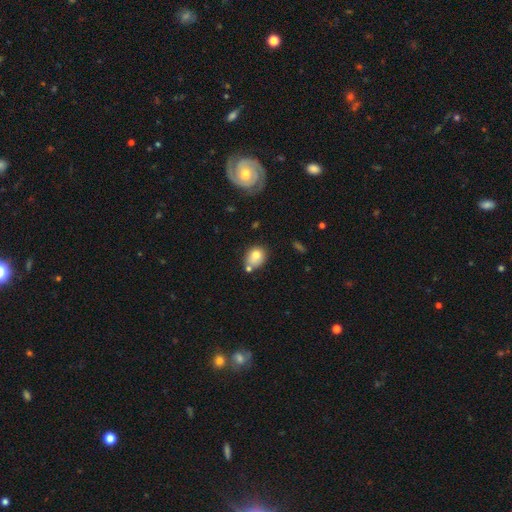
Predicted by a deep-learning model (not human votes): The model was most divided on "how rounded": round: 55%, in between: 44%, cigar-shaped: 1%. More confident: smooth or featured — smooth (78%); merging — none (57%).